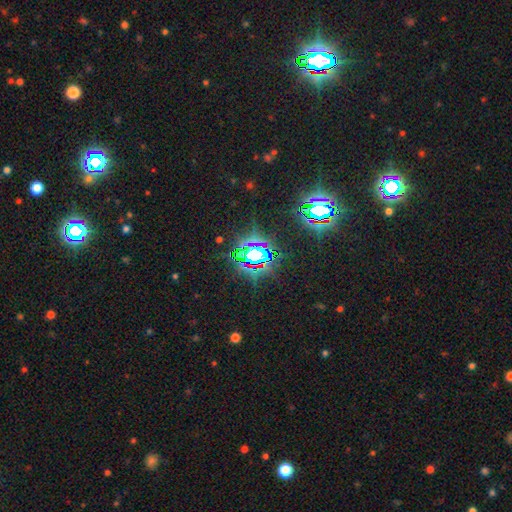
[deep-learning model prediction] Q: Smooth or featured?
A: star or artifact (75%); runner-up: smooth (14%)